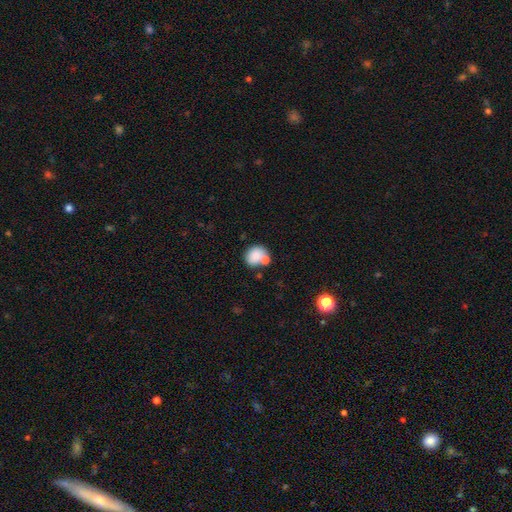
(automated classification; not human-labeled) Morphology: type=smooth (80%); roundness=round (63%); merging=none (48%).